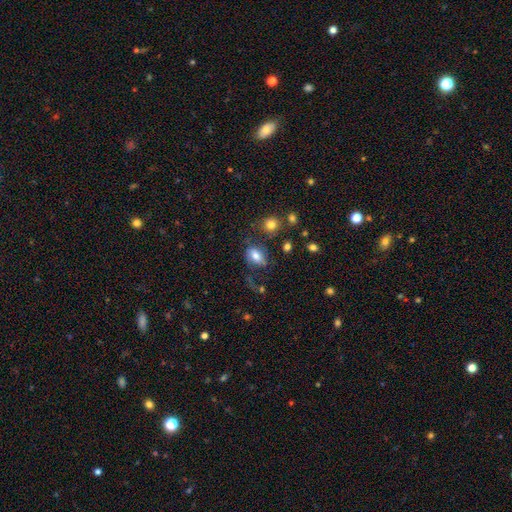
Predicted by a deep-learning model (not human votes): Smooth or featured? Predicted: smooth (p=0.74). How rounded? Predicted: in between (p=0.81). Merging? Predicted: none (p=0.54).